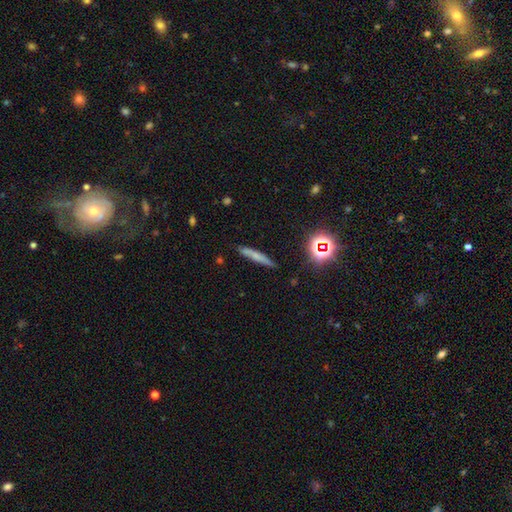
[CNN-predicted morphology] A smooth galaxy with no disk features (60%) that is cigar-shaped (90%).

Vote fractions:
- Smooth or featured? smooth: 60% / featured or disk: 27% / star or artifact: 13%
- How rounded? cigar-shaped: 90% / in between: 7% / round: 3%
- Merging? none: 82% / minor disturbance: 13% / major disturbance: 3% / merger: 2%